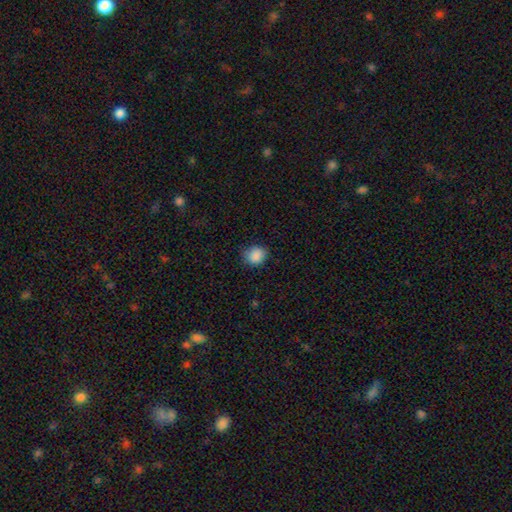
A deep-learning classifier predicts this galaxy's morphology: Smooth or featured? Predicted: smooth (p=0.88). How rounded? Predicted: round (p=0.75). Merging? Predicted: none (p=0.81).